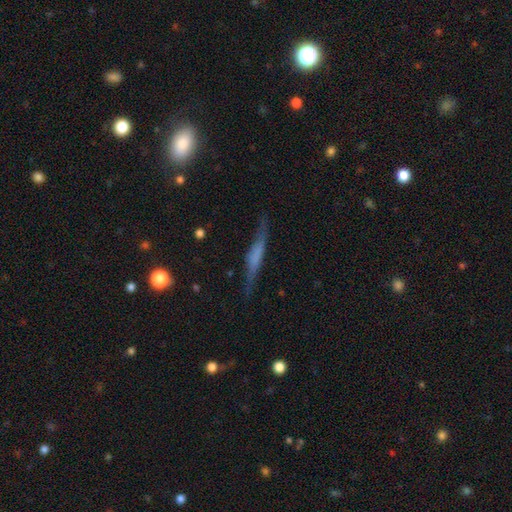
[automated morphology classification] Smooth or featured?
  - featured or disk: 57% *
  - smooth: 34%
  - star or artifact: 9%
Edge-on disk?
  - yes: 91% *
  - no: 9%
Edge-on bulge?
  - boxy: 39% * (tied)
  - none: 39% * (tied)
  - rounded: 22%
Merging?
  - none: 75% *
  - minor disturbance: 17%
  - major disturbance: 6%
  - merger: 2%